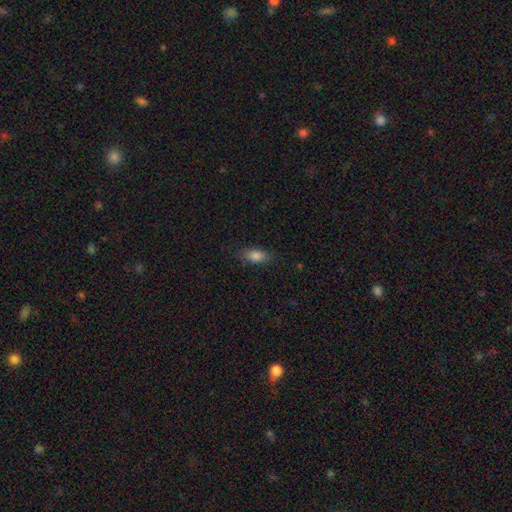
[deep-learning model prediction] smooth_or_featured: smooth (p=0.83) [alt: star or artifact p=0.09]
how_rounded: in between (p=0.85) [alt: cigar-shaped p=0.11]
merging: none (p=0.81) [alt: minor disturbance p=0.14]